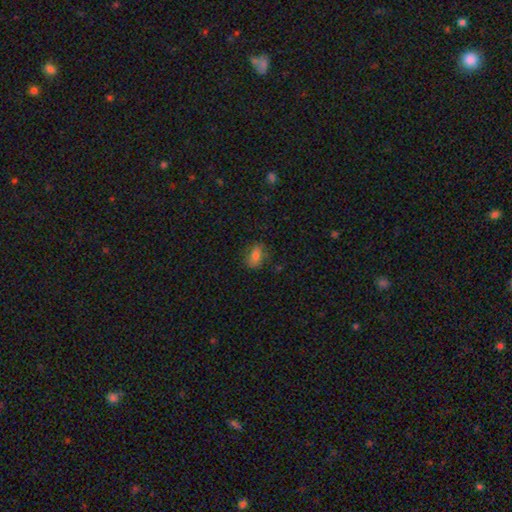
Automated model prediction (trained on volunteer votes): This is likely a smooth galaxy (74%). How rounded: likely in between (79%). Merging: likely none (73%).